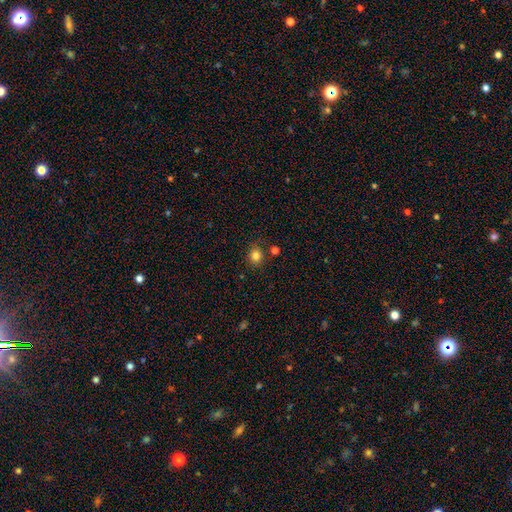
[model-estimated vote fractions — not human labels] Smooth or featured? smooth (82%)
How rounded? round (81%)
Merging? none (82%)